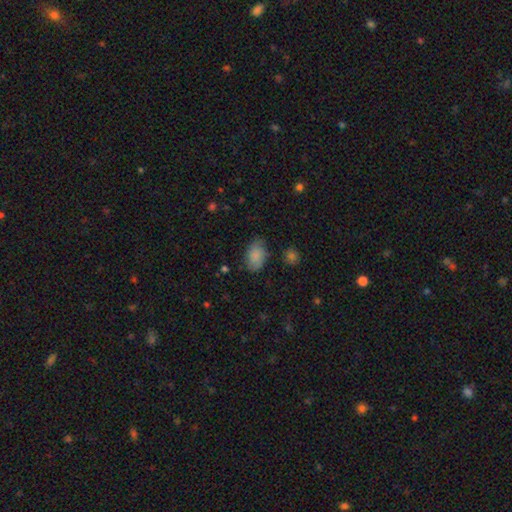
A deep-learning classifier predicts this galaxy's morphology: The model was most divided on "merging": none: 69%, minor disturbance: 23%, major disturbance: 5%, merger: 2%. More confident: how rounded — in between (89%); smooth or featured — smooth (83%).